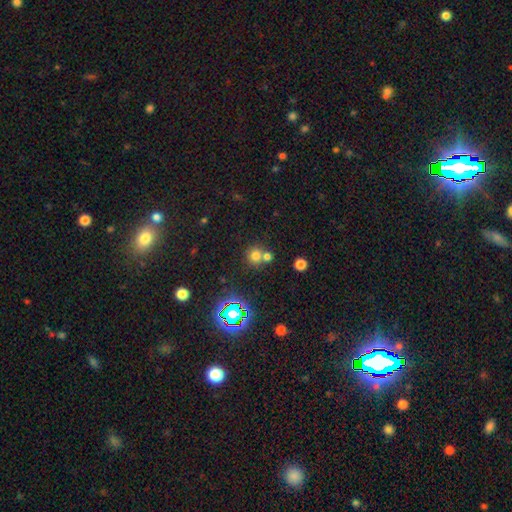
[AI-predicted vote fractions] Overall: smooth (68%). How rounded: round (88%). Merging: none (53%; merger 37%).